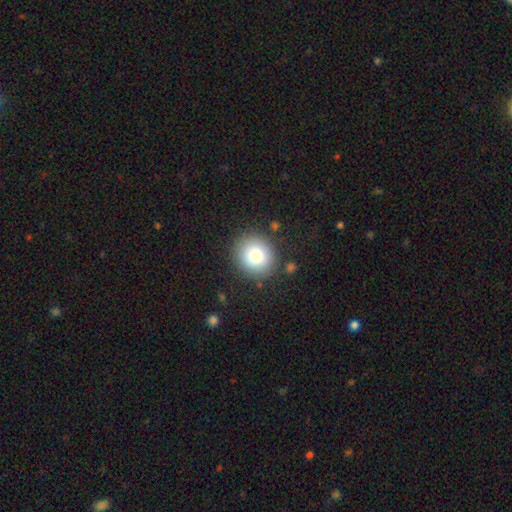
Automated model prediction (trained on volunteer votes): Smooth or featured?
  - smooth: 80% *
  - star or artifact: 10%
  - featured or disk: 10%
How rounded?
  - round: 87% *
  - in between: 12%
  - cigar-shaped: 1%
Merging?
  - none: 87% *
  - minor disturbance: 8%
  - major disturbance: 3%
  - merger: 2%